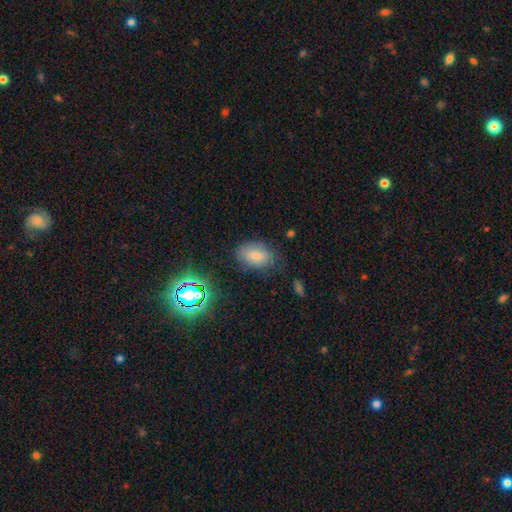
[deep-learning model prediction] The model was most divided on "merging": none: 73%, minor disturbance: 19%, major disturbance: 6%, merger: 2%. More confident: how rounded — in between (86%); smooth or featured — smooth (75%).